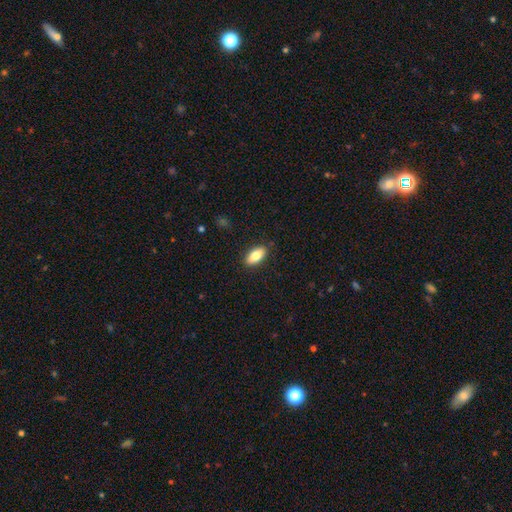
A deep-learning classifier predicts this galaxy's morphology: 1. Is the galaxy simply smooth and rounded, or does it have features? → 80% smooth, 14% featured or disk, 6% star or artifact.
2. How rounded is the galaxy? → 88% in between, 9% cigar-shaped, 3% round.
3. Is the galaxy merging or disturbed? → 89% none, 8% minor disturbance, 2% major disturbance, 1% merger.